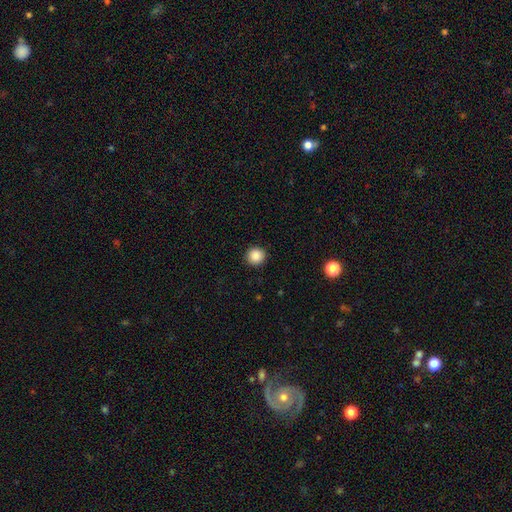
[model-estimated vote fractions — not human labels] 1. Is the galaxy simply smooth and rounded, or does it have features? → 88% smooth, 9% star or artifact, 3% featured or disk.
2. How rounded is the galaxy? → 93% round, 6% in between, 1% cigar-shaped.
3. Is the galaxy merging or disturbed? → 92% none, 5% minor disturbance, 2% major disturbance, 1% merger.